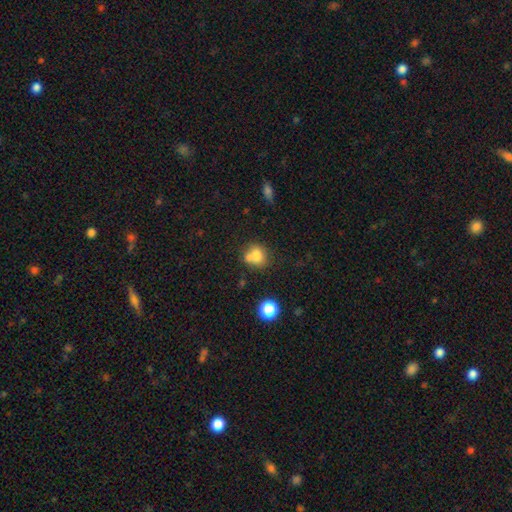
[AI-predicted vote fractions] A smooth galaxy with no disk features (76%) that is round (71%).

Vote fractions:
- Smooth or featured? smooth: 76% / featured or disk: 12% / star or artifact: 12%
- How rounded? round: 71% / in between: 28% / cigar-shaped: 1%
- Merging? none: 47% / merger: 32% / minor disturbance: 15% / major disturbance: 6%